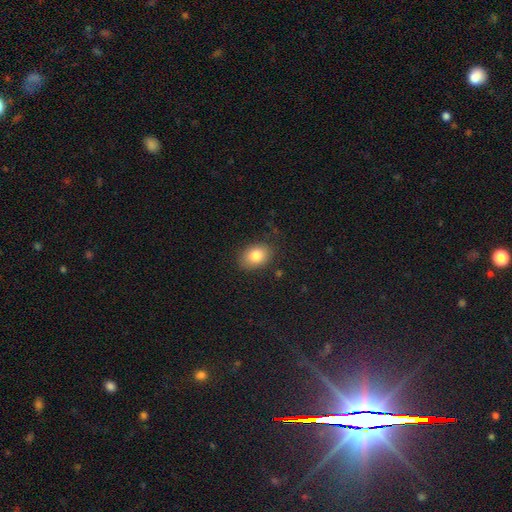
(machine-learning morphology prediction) Overall: smooth (82%). How rounded: in between (71%). Merging: none (84%).